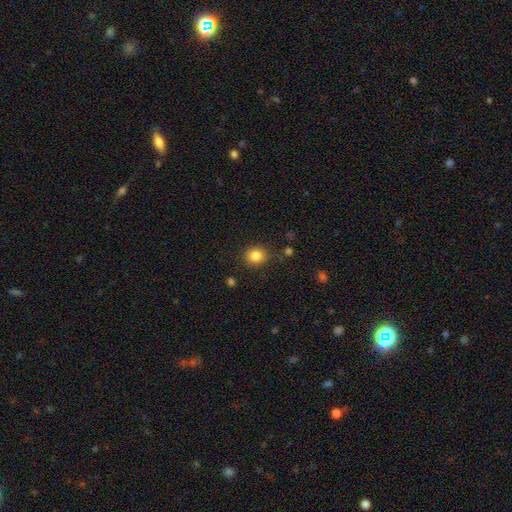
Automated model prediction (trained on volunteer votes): smooth-or-featured: smooth: 84% | star or artifact: 10% | featured or disk: 6%
  how-rounded: round: 75% | in between: 24% | cigar-shaped: 1%
  merging: none: 85% | minor disturbance: 10% | major disturbance: 3% | merger: 2%